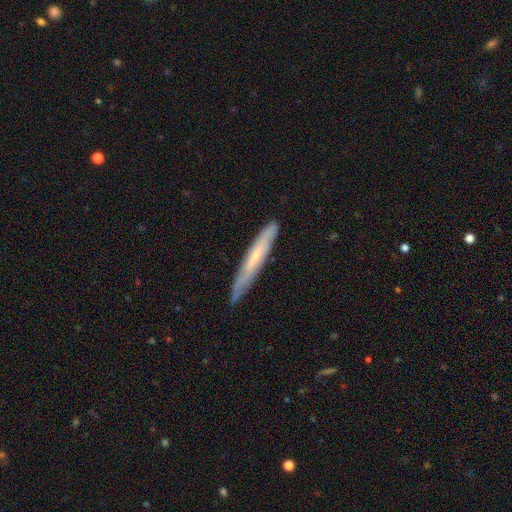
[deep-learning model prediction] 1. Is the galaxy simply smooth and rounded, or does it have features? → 51% featured or disk, 43% smooth, 6% star or artifact.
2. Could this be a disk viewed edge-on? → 79% yes, 21% no.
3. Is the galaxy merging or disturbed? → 78% none, 18% minor disturbance, 3% major disturbance, 1% merger.